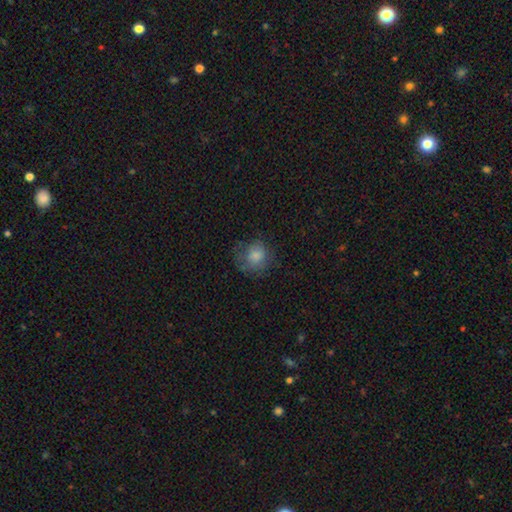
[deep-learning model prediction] Smooth or featured?
  - smooth: 78% *
  - featured or disk: 13%
  - star or artifact: 9%
How rounded?
  - round: 81% *
  - in between: 18%
  - cigar-shaped: 1%
Merging?
  - none: 64% *
  - minor disturbance: 22%
  - major disturbance: 13%
  - merger: 1%